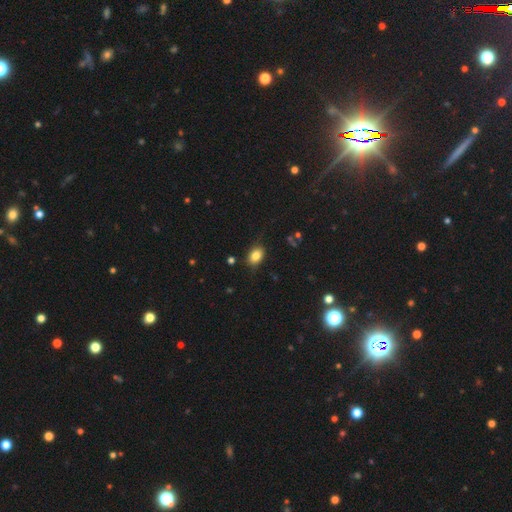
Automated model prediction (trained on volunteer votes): Smooth or featured?
  - smooth: 83% *
  - star or artifact: 10%
  - featured or disk: 7%
How rounded?
  - in between: 80% *
  - round: 19%
  - cigar-shaped: 1%
Merging?
  - none: 81% *
  - minor disturbance: 14%
  - major disturbance: 3%
  - merger: 2%